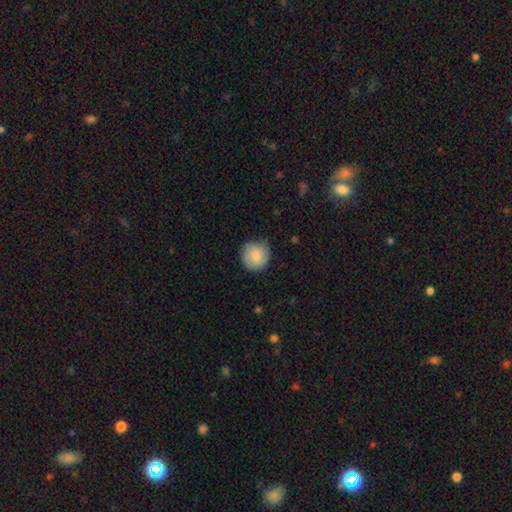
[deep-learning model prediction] Smooth or featured: smooth — 80% (featured or disk — 14%)
How rounded: round — 91% (in between — 9%)
Merging: none — 78% (minor disturbance — 18%)